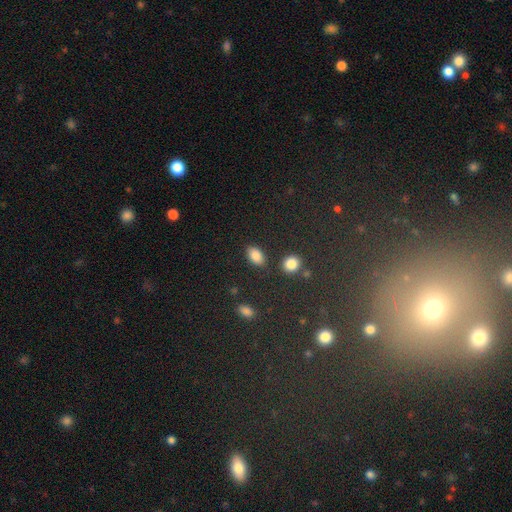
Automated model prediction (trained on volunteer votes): smooth 86%, star or artifact 9%, featured or disk 6%. Down the decision tree: how rounded — in between (90%); merging — none (81%).